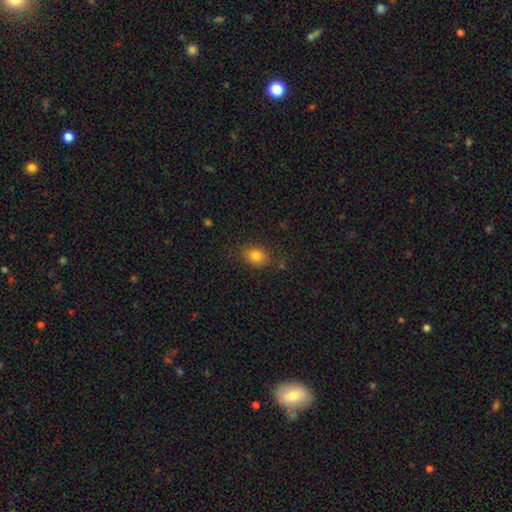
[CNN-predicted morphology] Q: Smooth or featured?
A: smooth (81%); runner-up: star or artifact (11%)
Q: How rounded?
A: in between (61%); runner-up: round (38%)
Q: Merging?
A: none (78%); runner-up: minor disturbance (15%)